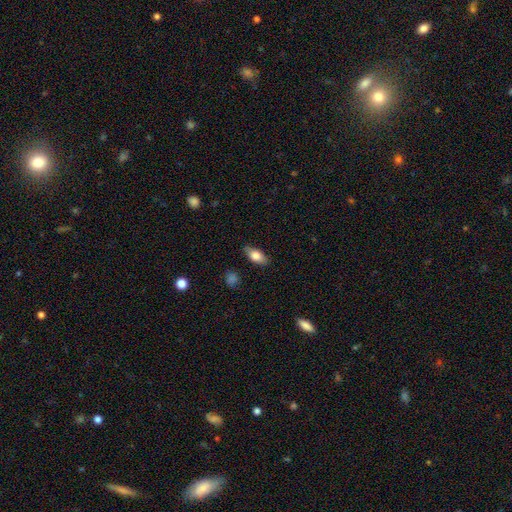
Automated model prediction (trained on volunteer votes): This is likely a smooth galaxy (79%). How rounded: clearly in between (86%). Merging: clearly none (80%).